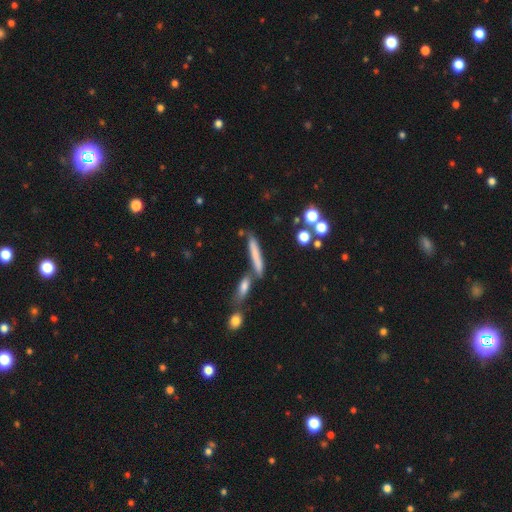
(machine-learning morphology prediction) Smooth or featured? Predicted: smooth (p=0.68). How rounded? Predicted: cigar-shaped (p=0.89). Merging? Predicted: none (p=0.66).